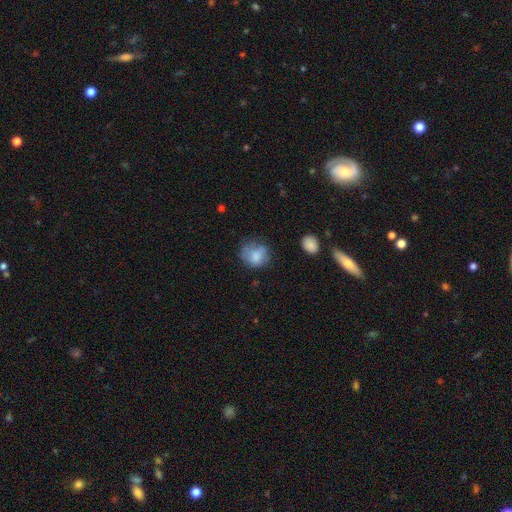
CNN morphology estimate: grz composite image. It shows a smooth galaxy with no disk features (70%) that is round (64%). Merging: none (47%).